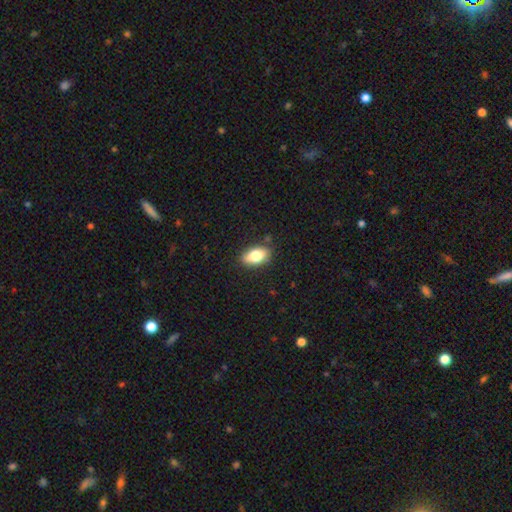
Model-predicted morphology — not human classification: smooth_or_featured: smooth (p=0.77) [alt: featured or disk p=0.15]
how_rounded: in between (p=0.89) [alt: round p=0.07]
merging: none (p=0.86) [alt: minor disturbance p=0.11]